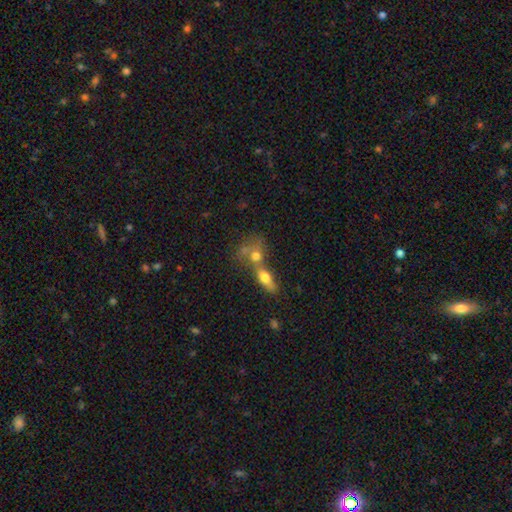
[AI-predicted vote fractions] smooth-or-featured: smooth: 65% | featured or disk: 23% | star or artifact: 12%
  how-rounded: round: 50% | in between: 44% | cigar-shaped: 6%
  merging: merger: 63% | none: 24% | minor disturbance: 7% | major disturbance: 6%